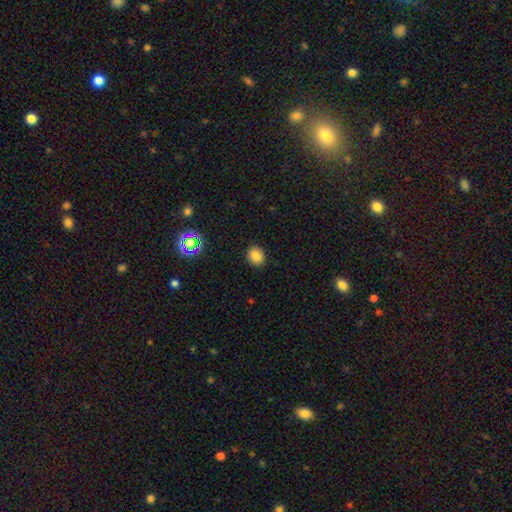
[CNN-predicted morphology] smooth_or_featured: smooth (p=0.81) [alt: star or artifact p=0.13]
how_rounded: round (p=0.67) [alt: in between p=0.32]
merging: none (p=0.90) [alt: minor disturbance p=0.07]